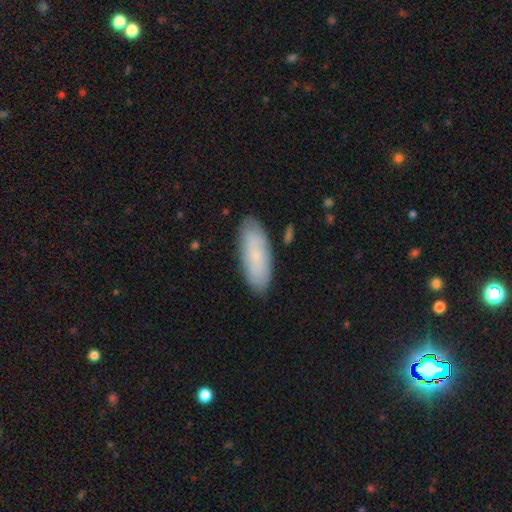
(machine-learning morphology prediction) smooth-or-featured: smooth: 69% | featured or disk: 24% | star or artifact: 8%
  how-rounded: in between: 69% | cigar-shaped: 29% | round: 2%
  merging: none: 84% | minor disturbance: 12% | major disturbance: 2% | merger: 2%